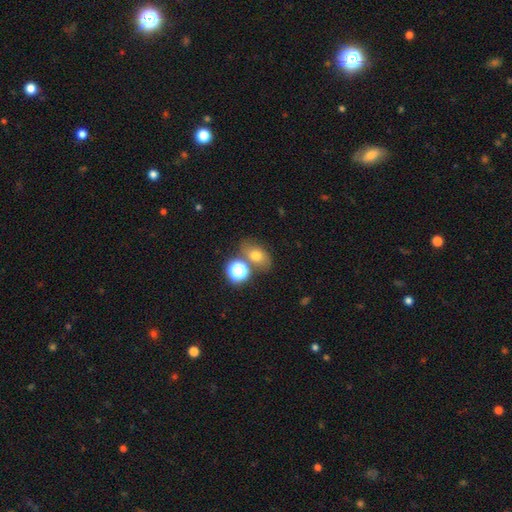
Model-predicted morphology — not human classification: Smooth or featured?
  - smooth: 67% *
  - featured or disk: 16%
  - star or artifact: 16%
How rounded?
  - in between: 70% *
  - round: 28%
  - cigar-shaped: 2%
Merging?
  - none: 61% *
  - merger: 19%
  - minor disturbance: 14%
  - major disturbance: 5%